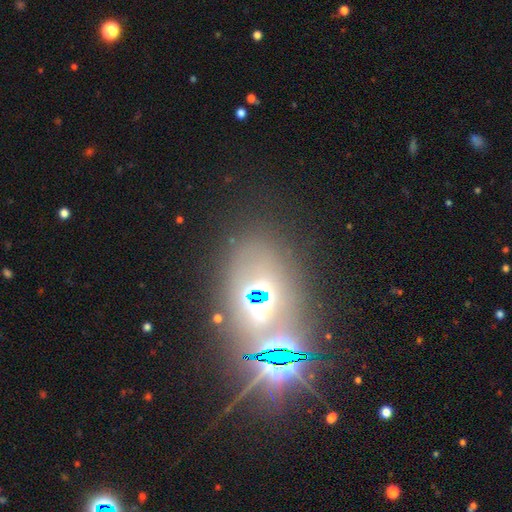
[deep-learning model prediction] Smooth or featured? star or artifact (57%)